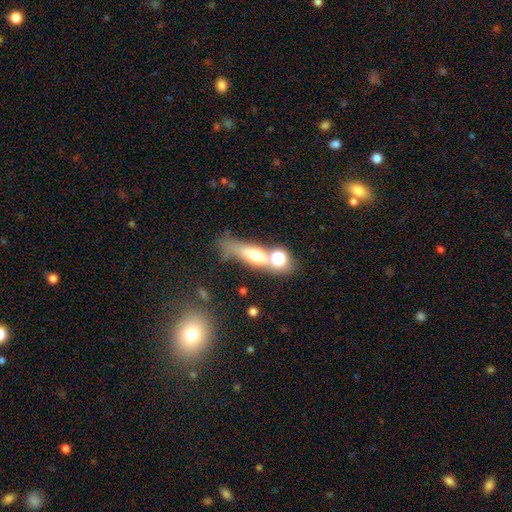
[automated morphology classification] smooth-or-featured: smooth: 52% | featured or disk: 35% | star or artifact: 13%
  how-rounded: in between: 43% | cigar-shaped: 42% | round: 15%
  merging: none: 41% | merger: 33% | minor disturbance: 15% | major disturbance: 11%